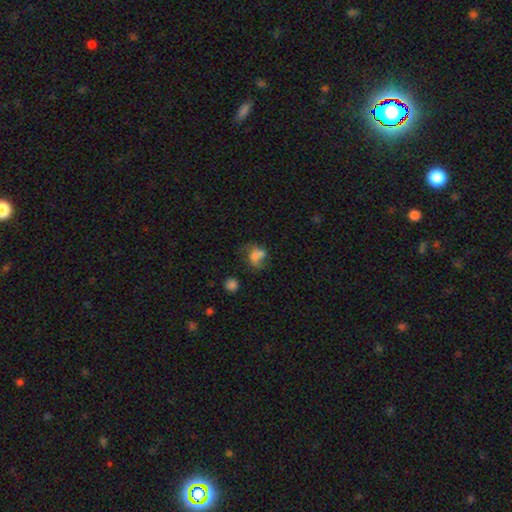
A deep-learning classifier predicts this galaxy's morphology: smooth 59%, featured or disk 27%, star or artifact 14%. Down the decision tree: how rounded — in between (56%); merging — none (31%).